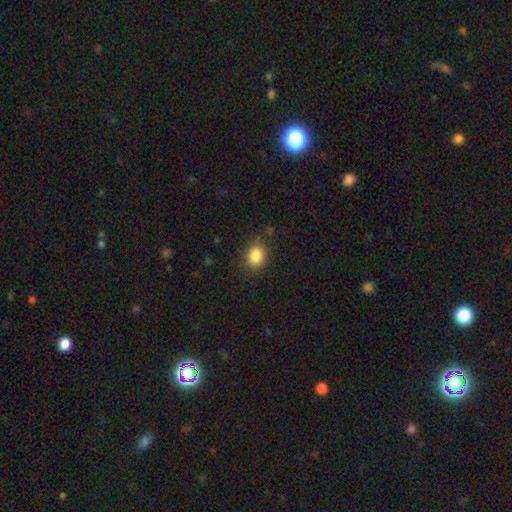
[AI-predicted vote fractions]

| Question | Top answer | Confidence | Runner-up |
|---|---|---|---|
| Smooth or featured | smooth | 85% | star or artifact (10%) |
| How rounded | round | 50% | in between (49%) |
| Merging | none | 82% | minor disturbance (13%) |